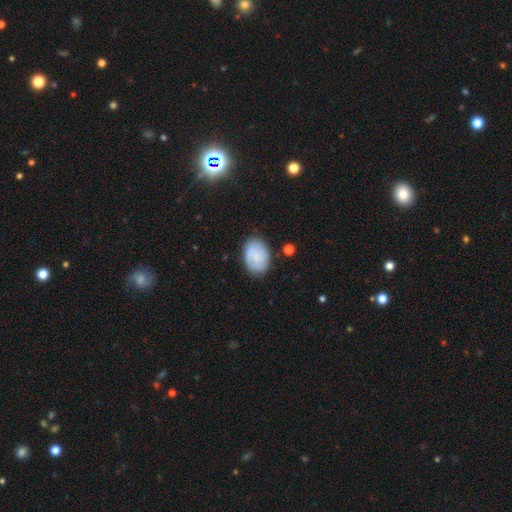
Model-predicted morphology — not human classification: This is likely a smooth galaxy (62%). How rounded: likely in between (76%). Merging: likely none (77%).